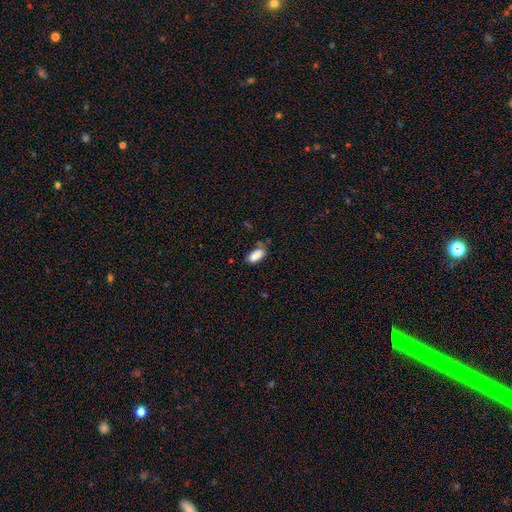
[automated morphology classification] Smooth or featured? smooth (86%)
How rounded? in between (89%)
Merging? none (59%)